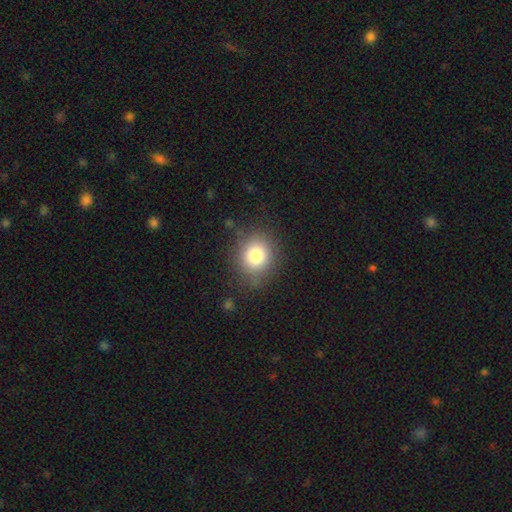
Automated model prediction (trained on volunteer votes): Smooth or featured?
  - smooth: 80% *
  - star or artifact: 11%
  - featured or disk: 9%
How rounded?
  - round: 77% *
  - in between: 22%
  - cigar-shaped: 1%
Merging?
  - none: 80% *
  - minor disturbance: 13%
  - major disturbance: 5%
  - merger: 2%